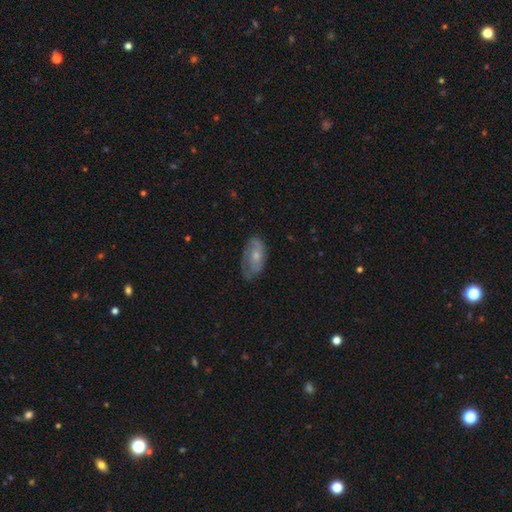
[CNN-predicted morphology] Smooth or featured? featured or disk (47%)
Merging? none (60%)